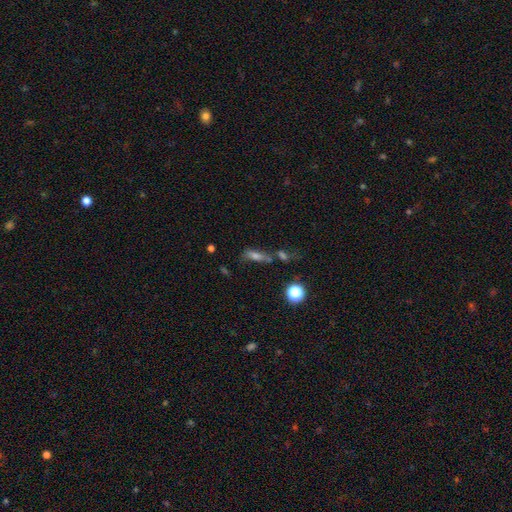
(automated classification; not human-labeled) A smooth galaxy with no disk features (53%) that is cigar-shaped (47%).

Vote fractions:
- Smooth or featured? smooth: 53% / featured or disk: 25% / star or artifact: 22%
- How rounded? cigar-shaped: 47% / in between: 43% / round: 10%
- Merging? none: 44% / merger: 27% / minor disturbance: 16% / major disturbance: 12%